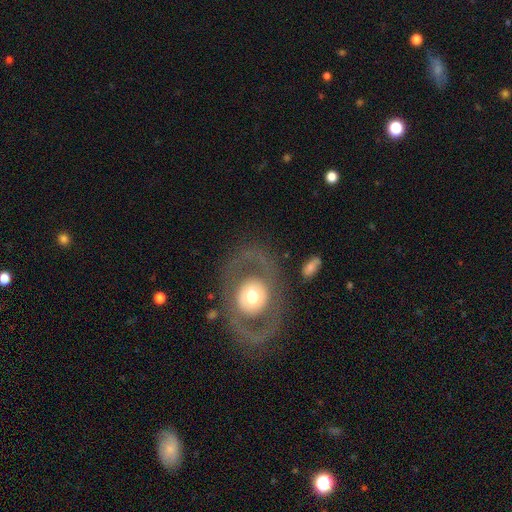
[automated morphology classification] type=featured or disk (76%); edge-on=no (95%); bar=no (80%); spiral arms=yes (55%); bulge=moderate (59%); merging=none (81%).